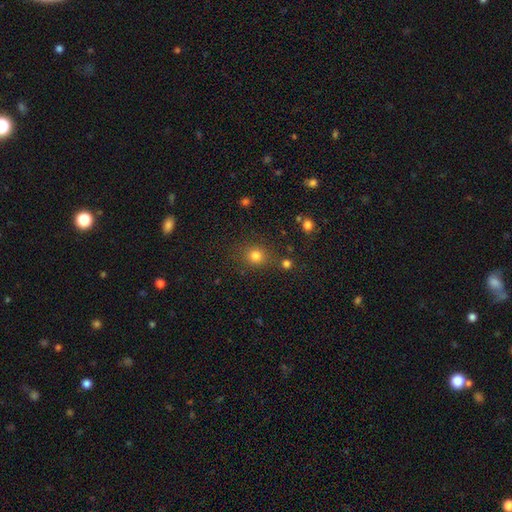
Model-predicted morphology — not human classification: Q: Smooth or featured?
A: smooth (79%); runner-up: star or artifact (15%)
Q: How rounded?
A: round (85%); runner-up: in between (14%)
Q: Merging?
A: none (80%); runner-up: minor disturbance (10%)